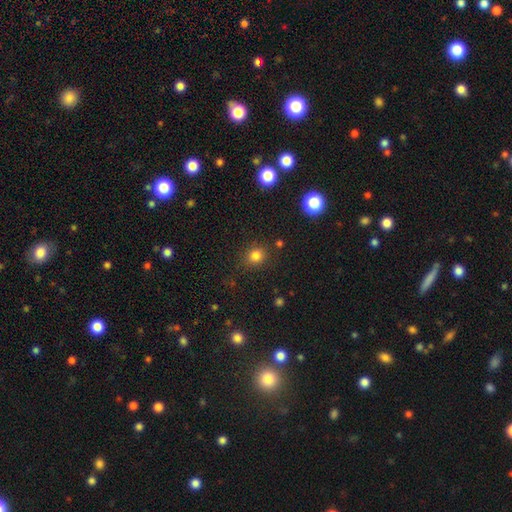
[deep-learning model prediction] smooth 81%, star or artifact 14%, featured or disk 5%. Down the decision tree: how rounded — round (82%); merging — none (84%).